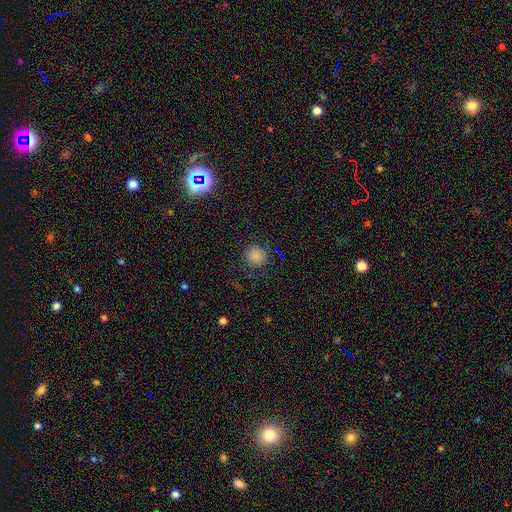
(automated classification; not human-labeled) Morphology: type=smooth (80%); roundness=round (94%); merging=none (84%).